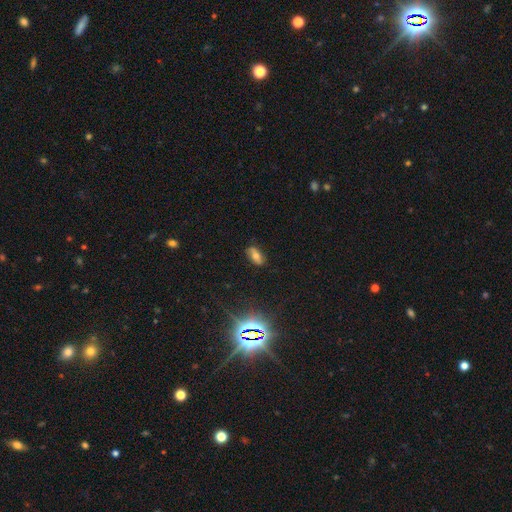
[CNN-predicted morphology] Overall: smooth (50%; featured or disk 30%). How rounded: in between (87%). Merging: none (79%).